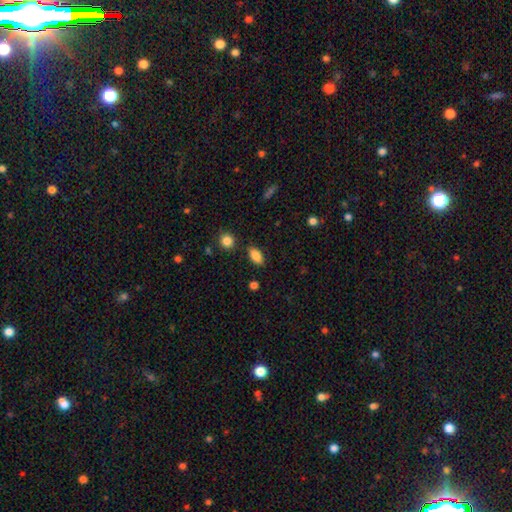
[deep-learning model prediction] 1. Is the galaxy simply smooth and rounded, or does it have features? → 86% smooth, 8% star or artifact, 6% featured or disk.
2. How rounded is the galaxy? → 89% in between, 6% cigar-shaped, 5% round.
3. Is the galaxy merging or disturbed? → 86% none, 10% minor disturbance, 2% major disturbance, 2% merger.